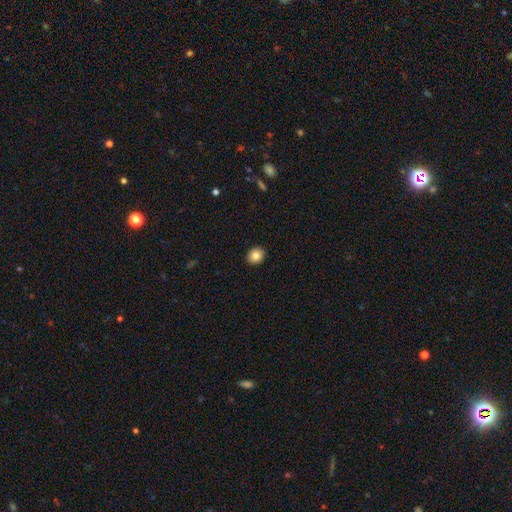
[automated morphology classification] A smooth galaxy with no disk features (84%) that is round (68%). Merging: none (92%).